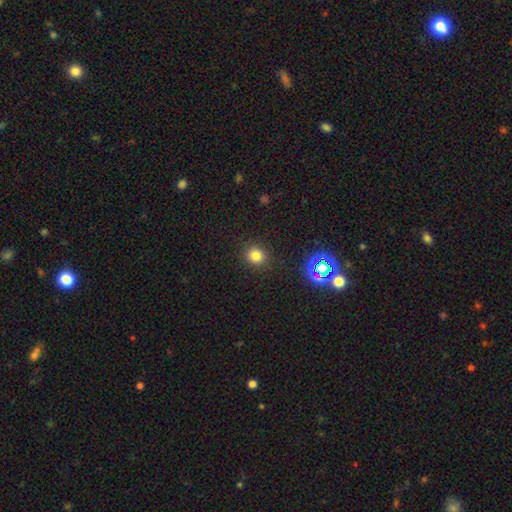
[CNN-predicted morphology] Smooth or featured?
  - smooth: 77% *
  - star or artifact: 18%
  - featured or disk: 5%
How rounded?
  - round: 88% *
  - in between: 11%
  - cigar-shaped: 1%
Merging?
  - none: 90% *
  - minor disturbance: 7%
  - major disturbance: 3%
  - merger: 1%